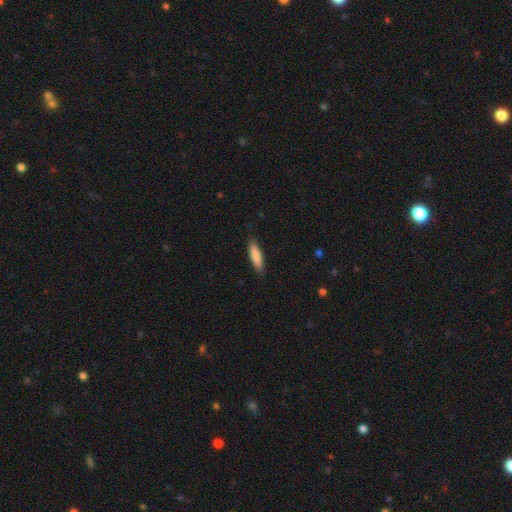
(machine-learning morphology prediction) A smooth galaxy with no disk features (85%) that is cigar-shaped (70%).

Vote fractions:
- Smooth or featured? smooth: 85% / featured or disk: 10% / star or artifact: 6%
- How rounded? cigar-shaped: 70% / in between: 28% / round: 1%
- Merging? none: 86% / minor disturbance: 11% / major disturbance: 2% / merger: 1%